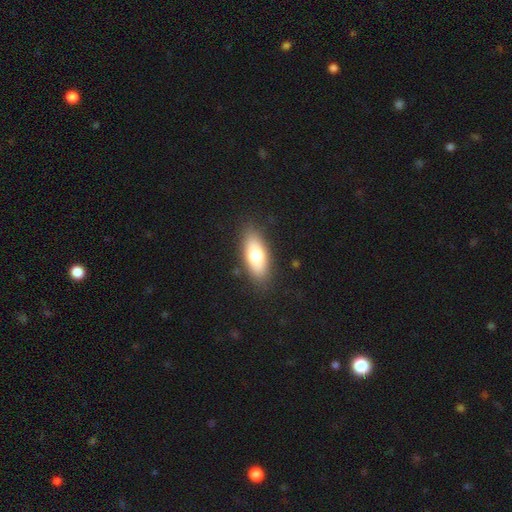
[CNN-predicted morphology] Smooth or featured? smooth (72%)
How rounded? in between (77%)
Merging? none (85%)